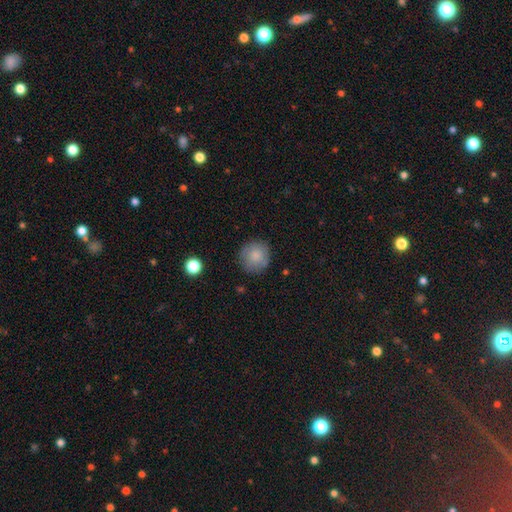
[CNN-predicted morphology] Smooth or featured? Predicted: smooth (p=0.81). How rounded? Predicted: round (p=0.90). Merging? Predicted: none (p=0.81).